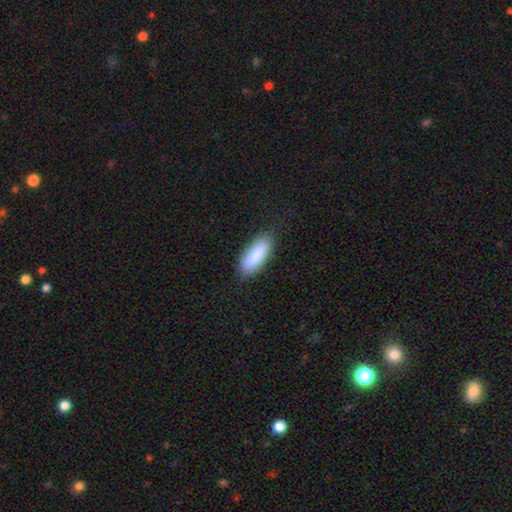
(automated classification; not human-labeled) Smooth or featured?
  - smooth: 86% *
  - featured or disk: 8%
  - star or artifact: 6%
How rounded?
  - in between: 74% *
  - cigar-shaped: 25%
  - round: 2%
Merging?
  - none: 82% *
  - minor disturbance: 13%
  - major disturbance: 3%
  - merger: 1%